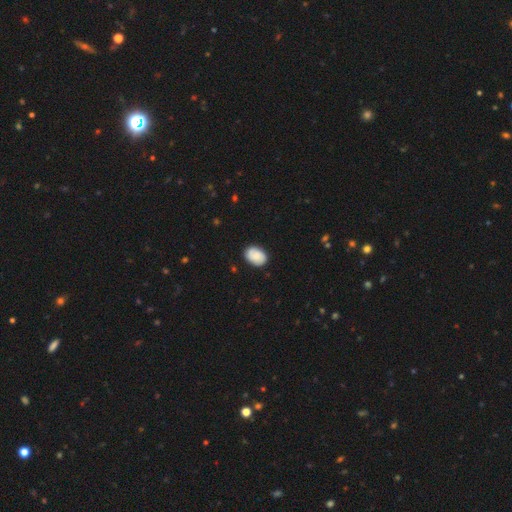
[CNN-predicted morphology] This appears to be a smooth galaxy with no disk features (80%) that is in between round and cigar-shaped (80%). Merging: none (83%).